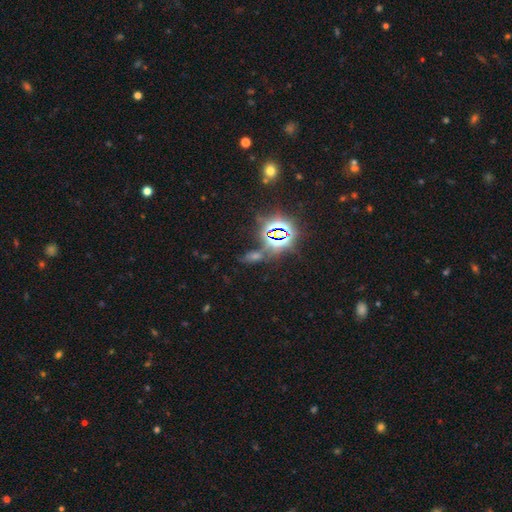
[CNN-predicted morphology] type=star or artifact (71%).